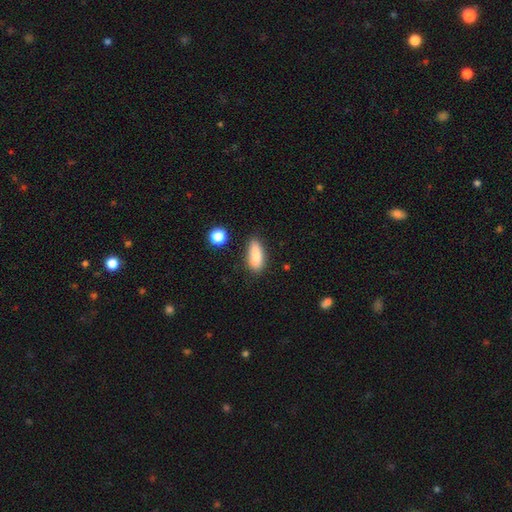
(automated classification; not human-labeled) Morphology: type=smooth (85%); roundness=in between (65%); merging=none (80%).